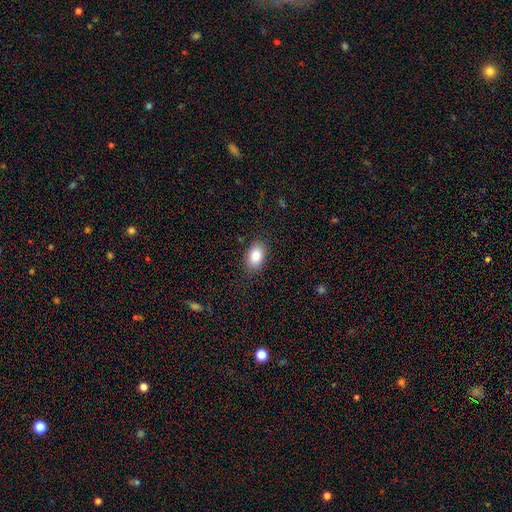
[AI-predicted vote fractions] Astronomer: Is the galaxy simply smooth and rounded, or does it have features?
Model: smooth — 85%.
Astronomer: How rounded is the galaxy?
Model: in between — 84%.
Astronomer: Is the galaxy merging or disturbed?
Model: none — 83%.